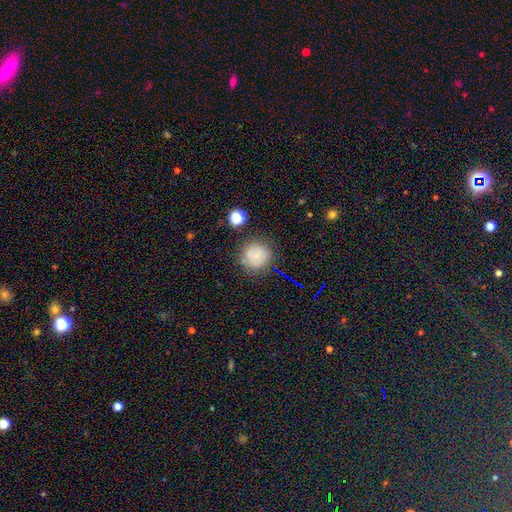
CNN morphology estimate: This appears to be a smooth galaxy with no disk features (71%) that is round (91%). Merging: none (81%).